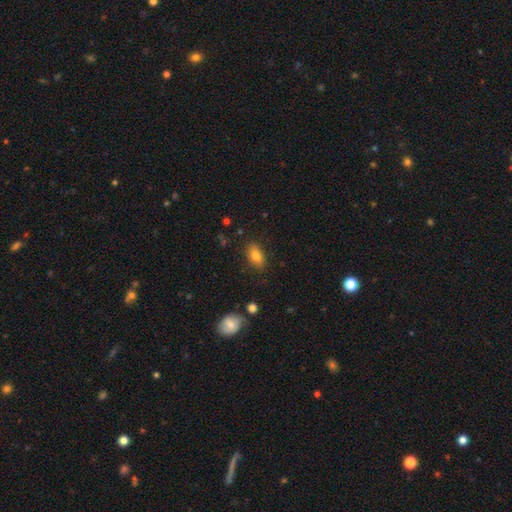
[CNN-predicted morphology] Smooth or featured? Predicted: smooth (p=0.80). How rounded? Predicted: in between (p=0.87). Merging? Predicted: none (p=0.84).